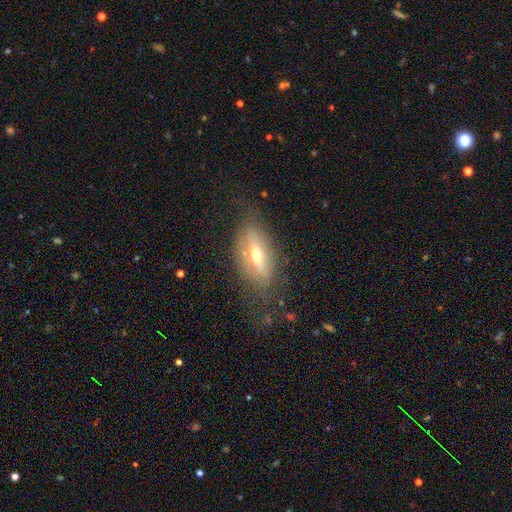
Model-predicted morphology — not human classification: Q: Smooth or featured?
A: featured or disk (51%); runner-up: smooth (40%)
Q: Edge-on disk?
A: yes (52%); runner-up: no (48%)
Q: Merging?
A: none (70%); runner-up: minor disturbance (19%)